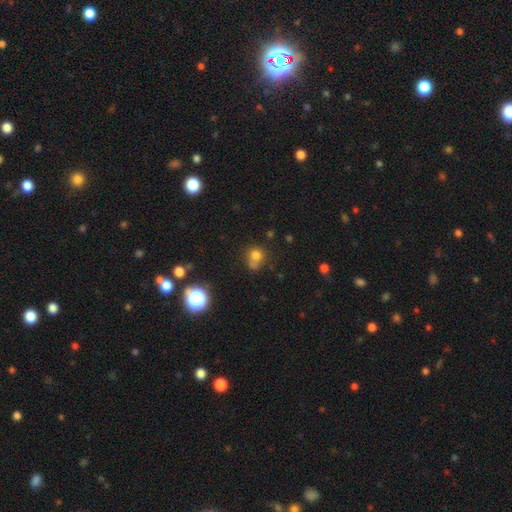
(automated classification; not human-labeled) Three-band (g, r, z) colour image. It shows a smooth galaxy with no disk features (72%) that is round (78%). Merging: none (49%).